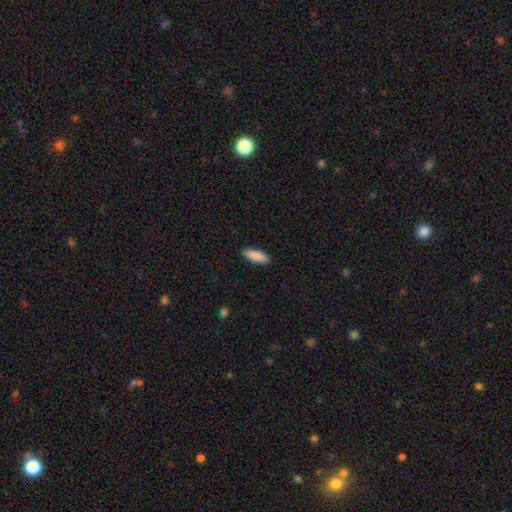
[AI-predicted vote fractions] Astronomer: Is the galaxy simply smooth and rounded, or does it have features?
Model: smooth — 89%.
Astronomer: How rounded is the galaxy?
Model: in between — 60% (runner-up: cigar-shaped, 38%).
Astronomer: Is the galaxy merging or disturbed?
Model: none — 90%.